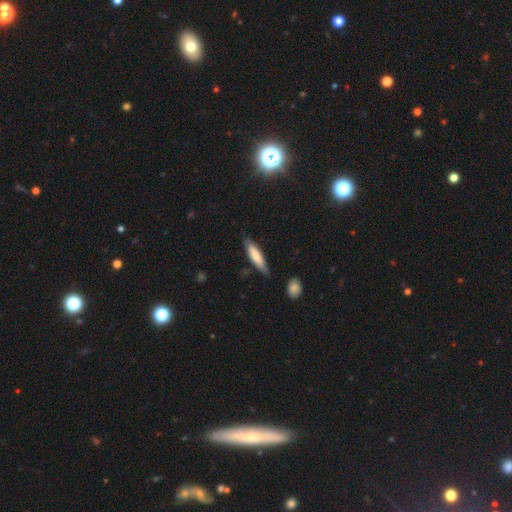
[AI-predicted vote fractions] smooth_or_featured: smooth (p=0.72) [alt: featured or disk p=0.22]
how_rounded: cigar-shaped (p=0.73) [alt: in between p=0.26]
merging: none (p=0.76) [alt: minor disturbance p=0.19]